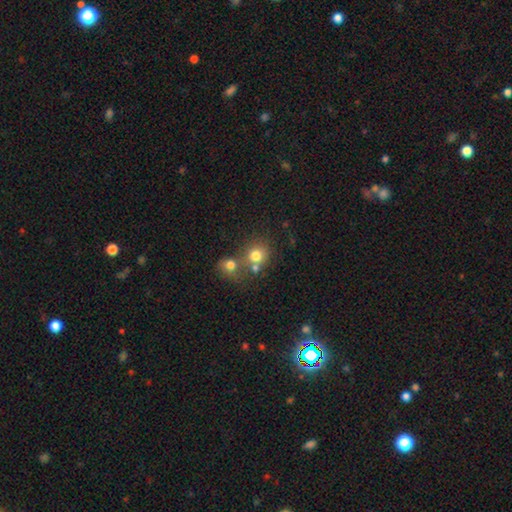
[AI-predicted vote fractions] The model was most divided on "merging": none: 44%, merger: 43%, minor disturbance: 9%, major disturbance: 4%. More confident: how rounded — round (81%); smooth or featured — smooth (75%).